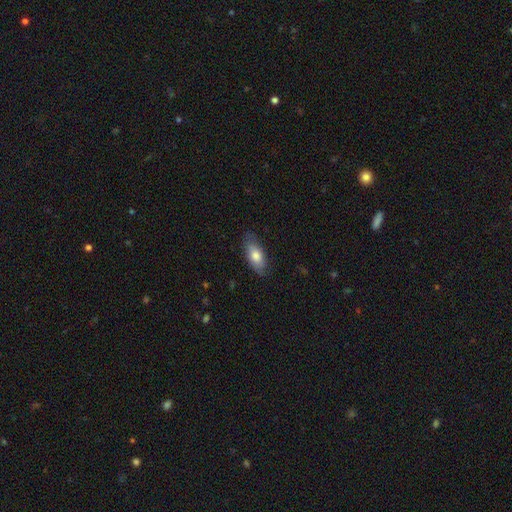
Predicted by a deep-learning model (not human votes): The model was most divided on "smooth or featured": smooth: 74%, featured or disk: 20%, star or artifact: 6%. More confident: how rounded — in between (83%); merging — none (78%).